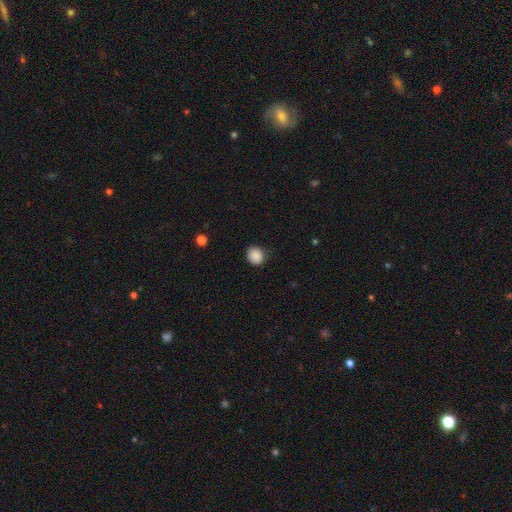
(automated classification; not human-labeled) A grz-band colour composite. It shows a smooth galaxy with no disk features (88%) that is round (83%). Merging: none (86%).